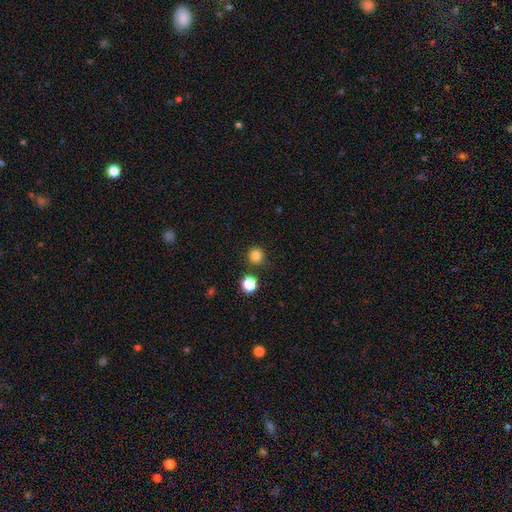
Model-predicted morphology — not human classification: smooth 83%, star or artifact 13%, featured or disk 4%. Down the decision tree: how rounded — round (94%); merging — none (85%).